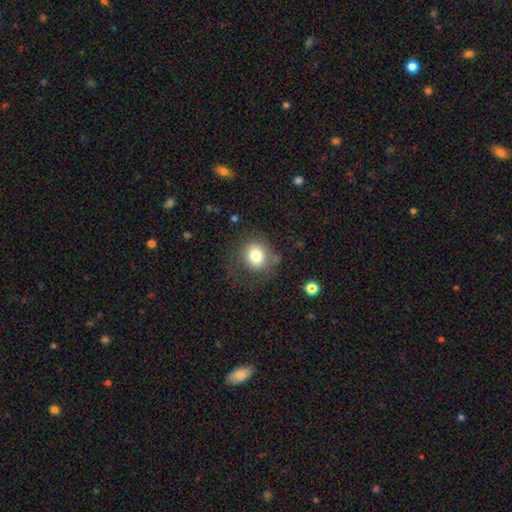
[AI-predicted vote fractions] smooth 78%, featured or disk 11%, star or artifact 11%. Down the decision tree: how rounded — round (80%); merging — none (67%).